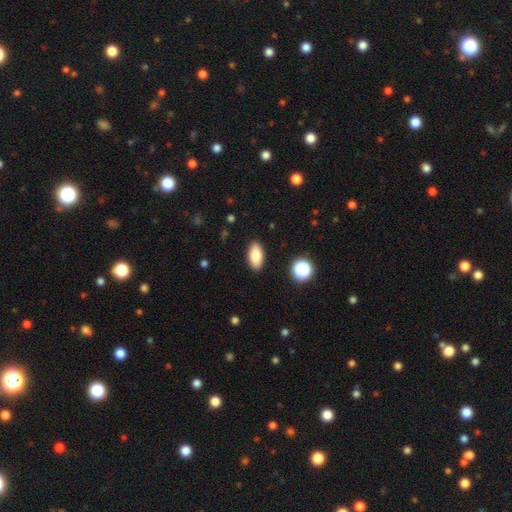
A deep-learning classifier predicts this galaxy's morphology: Smooth or featured: smooth — 83% (featured or disk — 9%)
How rounded: in between — 90% (cigar-shaped — 6%)
Merging: none — 89% (minor disturbance — 8%)